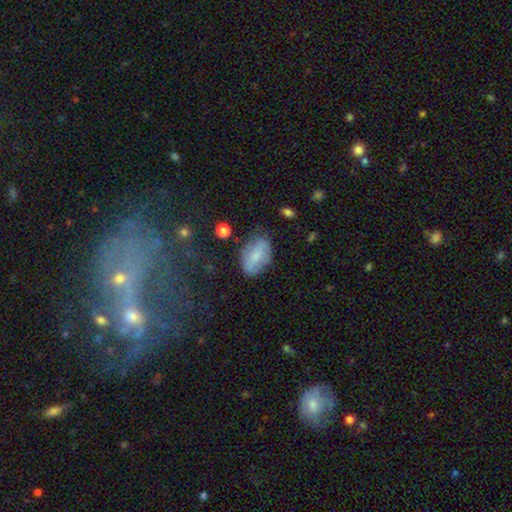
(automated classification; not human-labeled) smooth-or-featured: smooth: 62% | featured or disk: 30% | star or artifact: 8%
  how-rounded: in between: 90% | round: 7% | cigar-shaped: 3%
  merging: none: 72% | minor disturbance: 20% | major disturbance: 6% | merger: 2%